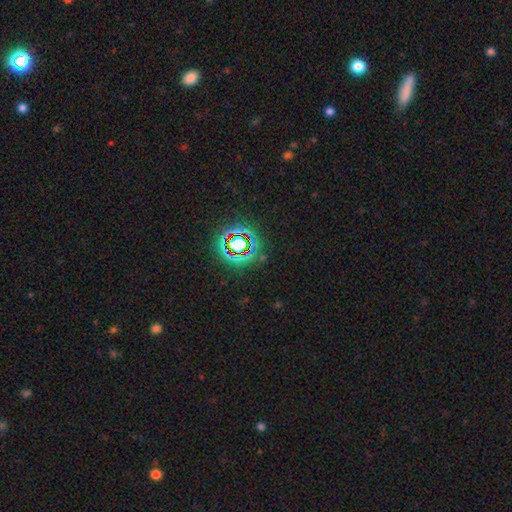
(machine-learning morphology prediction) A star or artifact, not a galaxy (56%).

Vote fractions:
- Smooth or featured? star or artifact: 56% / smooth: 24% / featured or disk: 19%